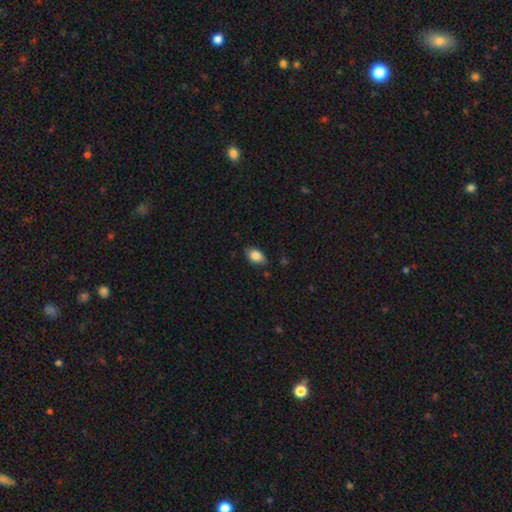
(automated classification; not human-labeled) smooth_or_featured: smooth (p=0.85) [alt: featured or disk p=0.08]
how_rounded: in between (p=0.89) [alt: round p=0.10]
merging: none (p=0.81) [alt: minor disturbance p=0.15]